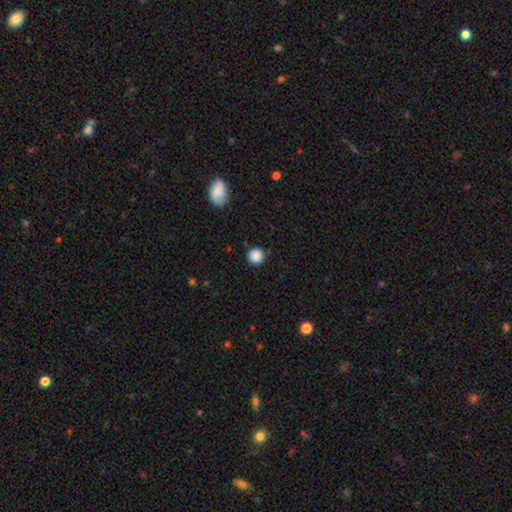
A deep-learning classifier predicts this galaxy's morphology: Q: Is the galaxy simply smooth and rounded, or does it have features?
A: smooth — 87%.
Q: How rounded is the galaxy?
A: round — 95%.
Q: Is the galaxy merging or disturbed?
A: none — 88%.